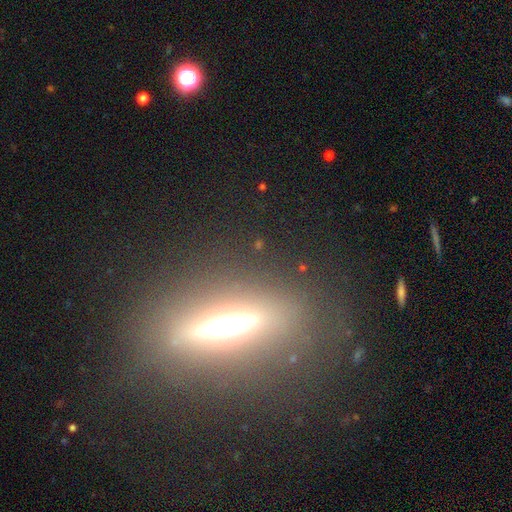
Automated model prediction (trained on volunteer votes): Overall: featured or disk (62%; smooth 25%). Edge-on disk: yes (83%). Edge-on bulge: rounded (76%). Merging: none (82%).